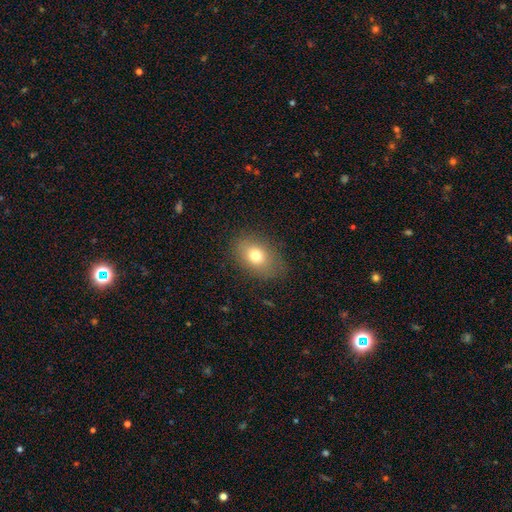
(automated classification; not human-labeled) A smooth galaxy with no disk features (75%) that is in between round and cigar-shaped (77%). Merging: none (80%).